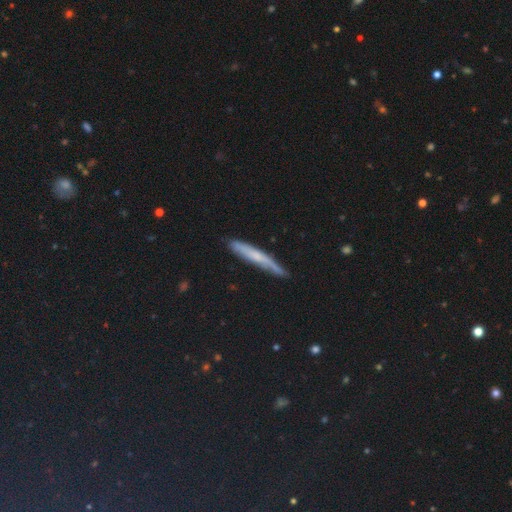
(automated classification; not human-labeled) smooth-or-featured: smooth: 48% | featured or disk: 44% | star or artifact: 8%
  merging: none: 76% | minor disturbance: 19% | major disturbance: 3% | merger: 2%